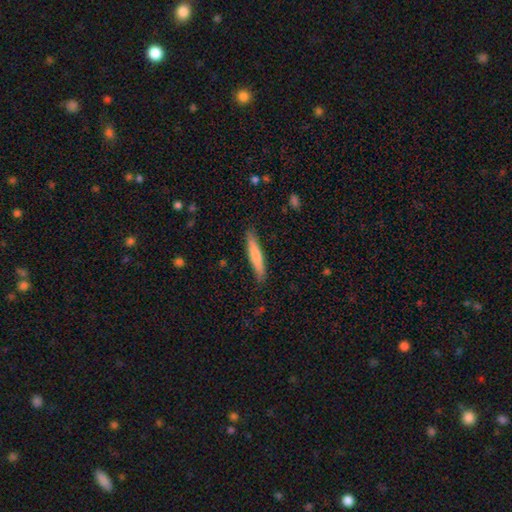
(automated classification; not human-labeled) Smooth or featured? smooth (72%)
How rounded? cigar-shaped (91%)
Merging? none (88%)